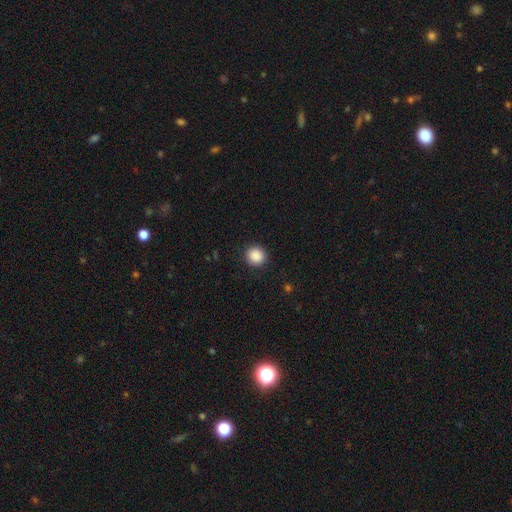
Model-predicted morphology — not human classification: type=smooth (89%); roundness=round (92%); merging=none (91%).